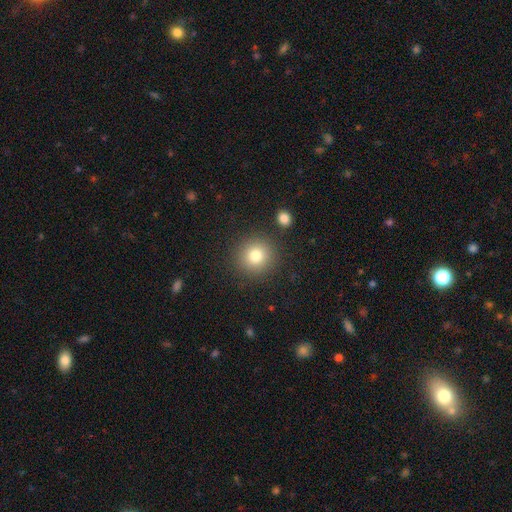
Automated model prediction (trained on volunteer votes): Morphology: type=smooth (80%); roundness=round (92%); merging=none (87%).